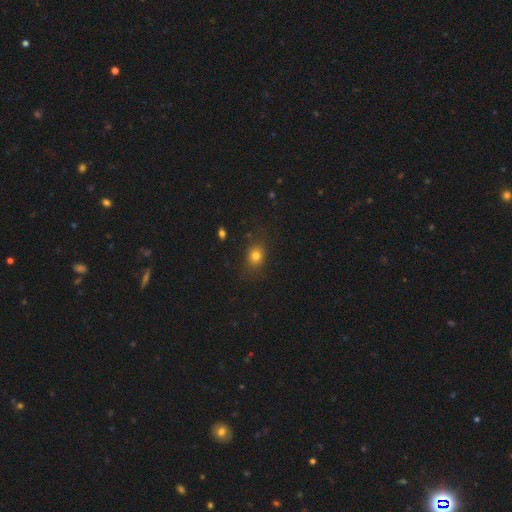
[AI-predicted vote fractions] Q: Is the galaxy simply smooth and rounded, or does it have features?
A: smooth — 79%.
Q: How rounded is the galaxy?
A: round — 58%.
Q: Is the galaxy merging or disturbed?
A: none — 77%.